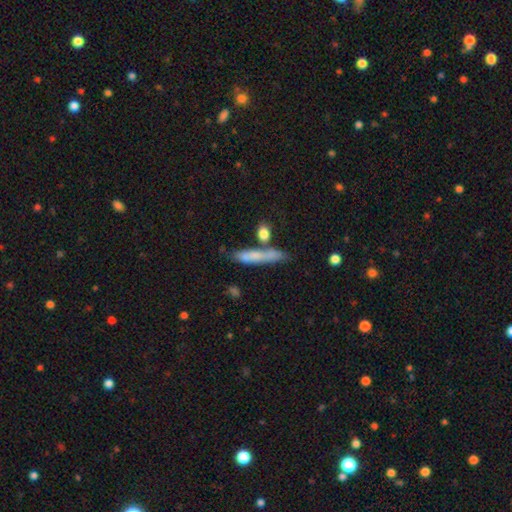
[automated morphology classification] type=smooth (64%); roundness=cigar-shaped (86%); merging=none (65%).